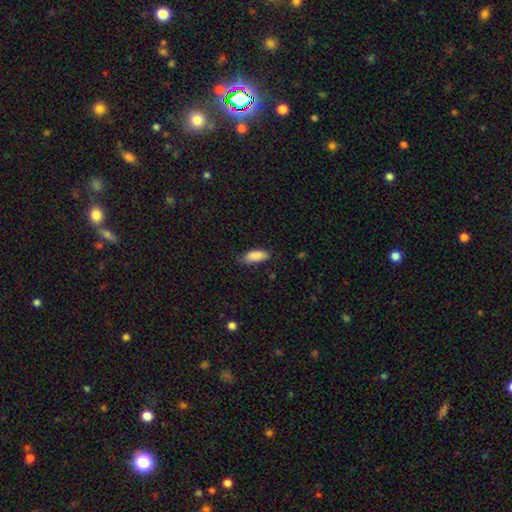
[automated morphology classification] This appears to be a smooth galaxy with no disk features (88%) that is in between round and cigar-shaped (80%). Merging: none (68%).